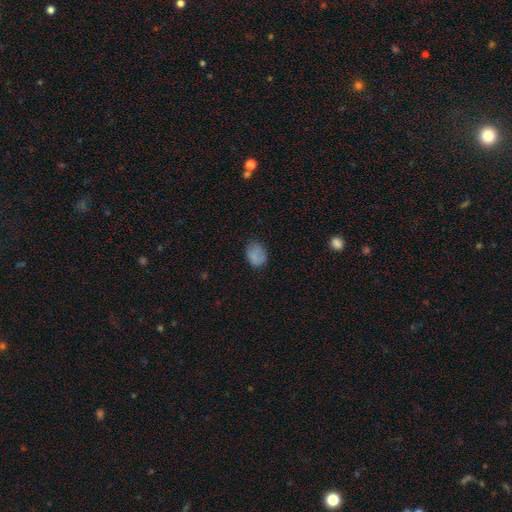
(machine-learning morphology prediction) Smooth or featured? smooth (82%)
How rounded? in between (61%)
Merging? none (71%)